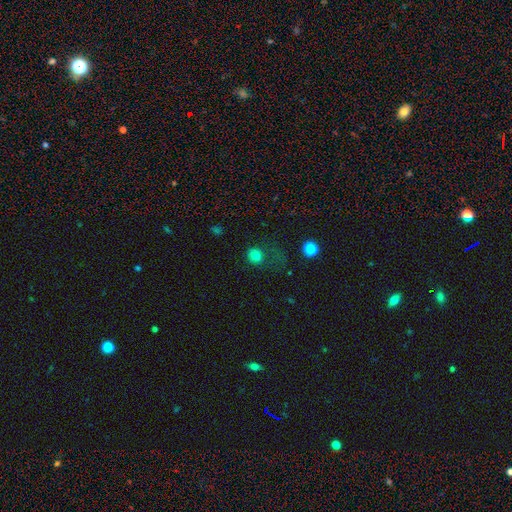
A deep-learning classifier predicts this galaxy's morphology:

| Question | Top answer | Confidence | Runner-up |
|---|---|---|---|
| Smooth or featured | smooth | 78% | star or artifact (14%) |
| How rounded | round | 80% | in between (18%) |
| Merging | none | 56% | major disturbance (22%) |